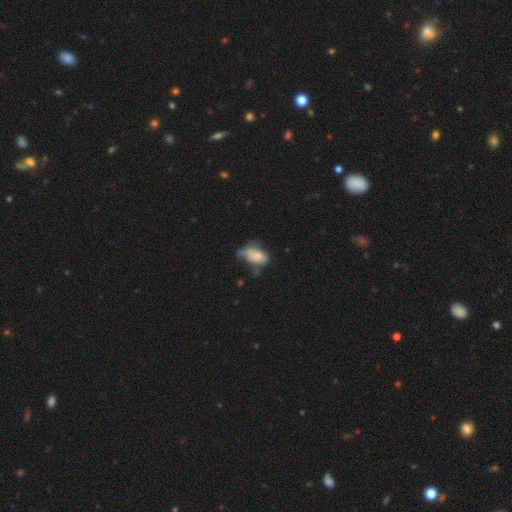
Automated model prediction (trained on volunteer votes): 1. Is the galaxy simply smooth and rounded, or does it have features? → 70% smooth, 21% featured or disk, 9% star or artifact.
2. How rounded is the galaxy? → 89% in between, 9% round, 3% cigar-shaped.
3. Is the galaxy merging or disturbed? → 35% minor disturbance, 28% none, 27% major disturbance, 10% merger.